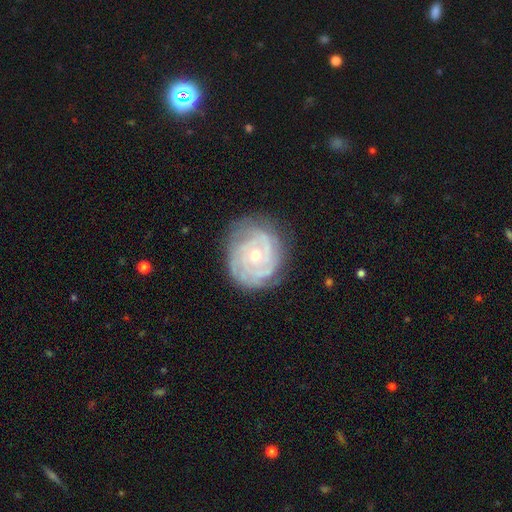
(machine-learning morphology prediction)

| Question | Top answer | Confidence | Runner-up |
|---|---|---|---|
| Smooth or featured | featured or disk | 83% | smooth (11%) |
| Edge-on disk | no | 98% | yes (2%) |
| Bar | no | 78% | weak (17%) |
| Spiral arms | yes | 92% | no (8%) |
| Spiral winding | tight | 77% | medium (18%) |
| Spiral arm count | can't tell | 40% | 3 (19%) |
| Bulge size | small | 50% | moderate (47%) |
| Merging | none | 75% | minor disturbance (17%) |